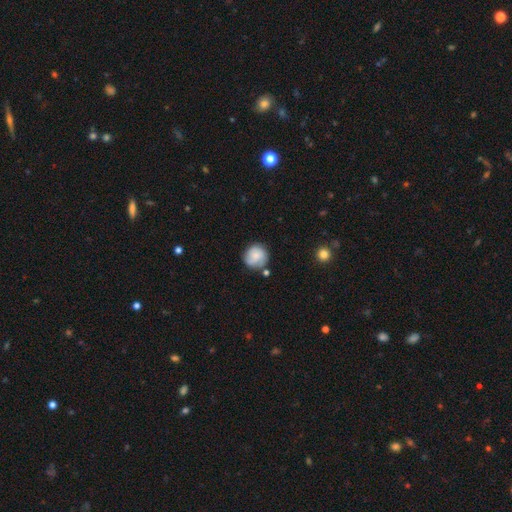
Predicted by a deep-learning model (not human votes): smooth-or-featured: smooth: 71% | featured or disk: 21% | star or artifact: 8%
  how-rounded: round: 90% | in between: 9% | cigar-shaped: 1%
  merging: none: 68% | minor disturbance: 19% | merger: 8% | major disturbance: 6%